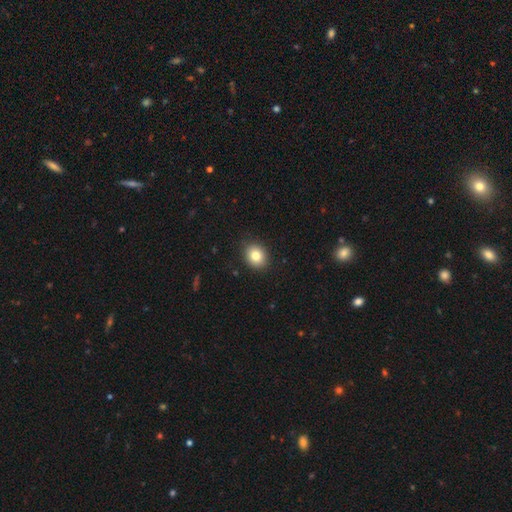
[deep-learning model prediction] Smooth or featured?
  - smooth: 81% *
  - star or artifact: 10%
  - featured or disk: 9%
How rounded?
  - round: 62% *
  - in between: 38%
  - cigar-shaped: 1%
Merging?
  - none: 89% *
  - minor disturbance: 8%
  - major disturbance: 2%
  - merger: 1%